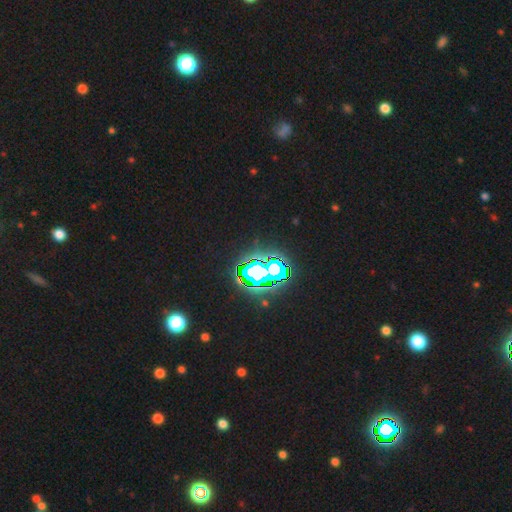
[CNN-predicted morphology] A star or artifact, not a galaxy (76%).